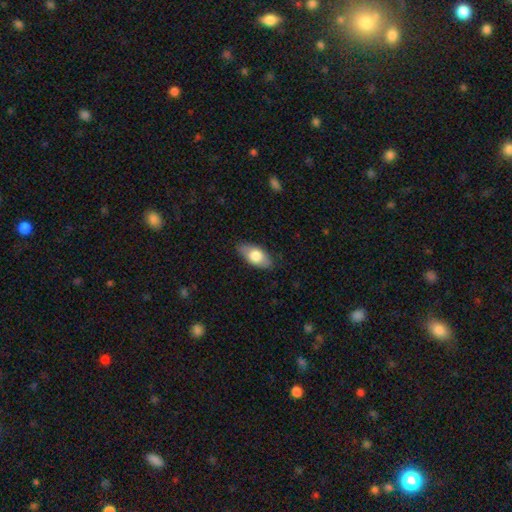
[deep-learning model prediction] smooth_or_featured: smooth (p=0.72) [alt: featured or disk p=0.22]
how_rounded: in between (p=0.90) [alt: cigar-shaped p=0.06]
merging: none (p=0.83) [alt: minor disturbance p=0.13]